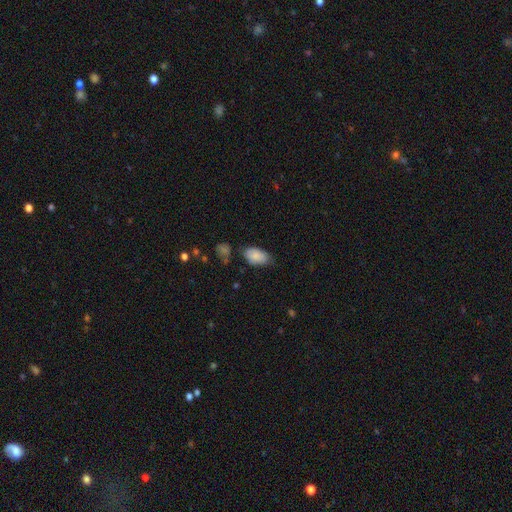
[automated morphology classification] Overall: smooth (84%). How rounded: in between (93%). Merging: none (61%; minor disturbance 29%).